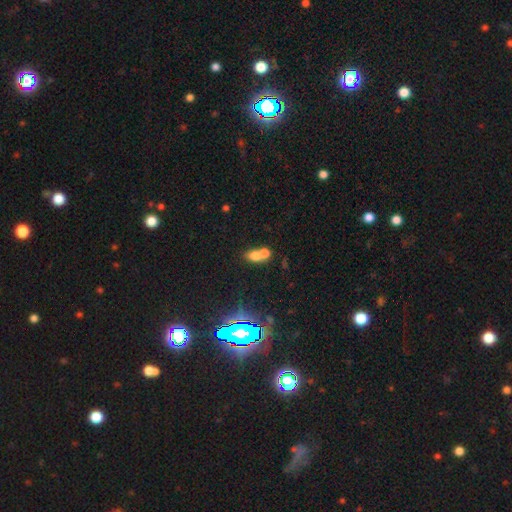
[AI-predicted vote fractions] Q: Smooth or featured?
A: smooth (68%); runner-up: featured or disk (16%)
Q: How rounded?
A: in between (57%); runner-up: round (40%)
Q: Merging?
A: merger (65%); runner-up: none (26%)